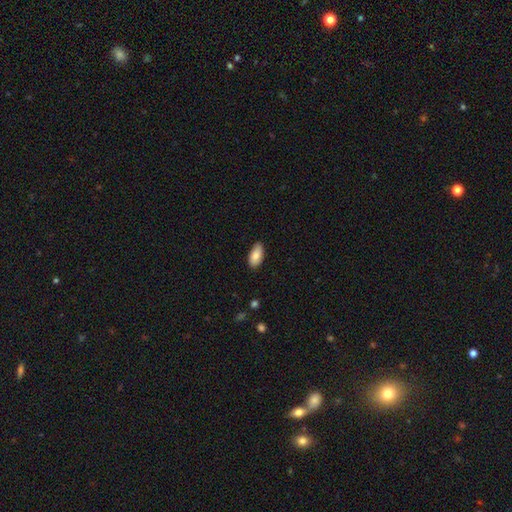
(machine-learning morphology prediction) smooth 84%, featured or disk 10%, star or artifact 6%. Down the decision tree: how rounded — in between (93%); merging — none (83%).